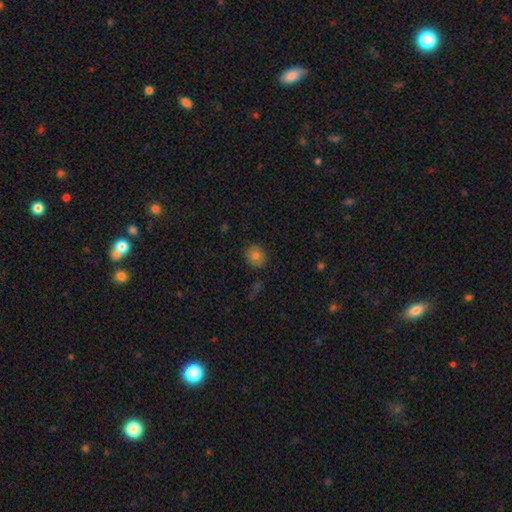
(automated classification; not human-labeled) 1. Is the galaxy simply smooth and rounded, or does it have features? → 77% smooth, 12% featured or disk, 11% star or artifact.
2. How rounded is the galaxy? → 78% round, 21% in between, 1% cigar-shaped.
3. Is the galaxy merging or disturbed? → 86% none, 10% minor disturbance, 2% major disturbance, 2% merger.